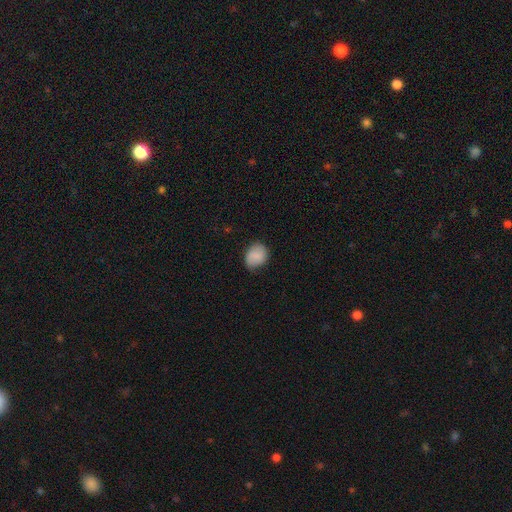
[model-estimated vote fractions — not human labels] A smooth galaxy with no disk features (80%) that is round (56%).

Vote fractions:
- Smooth or featured? smooth: 80% / featured or disk: 13% / star or artifact: 8%
- How rounded? round: 56% / in between: 43% / cigar-shaped: 1%
- Merging? none: 73% / minor disturbance: 21% / major disturbance: 4% / merger: 1%